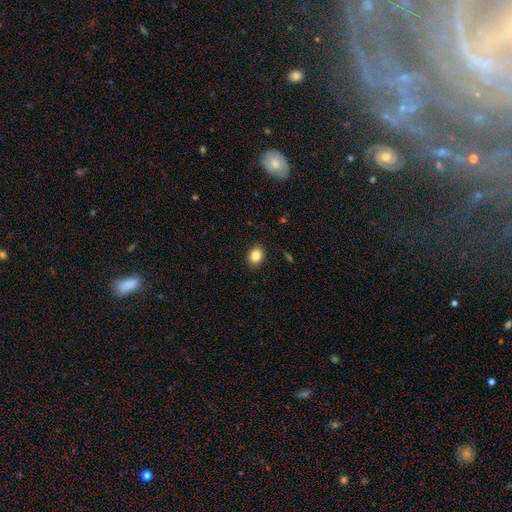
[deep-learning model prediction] Smooth or featured?
  - smooth: 85% *
  - star or artifact: 9%
  - featured or disk: 6%
How rounded?
  - in between: 53% *
  - round: 46%
  - cigar-shaped: 1%
Merging?
  - none: 88% *
  - minor disturbance: 9%
  - major disturbance: 2%
  - merger: 1%